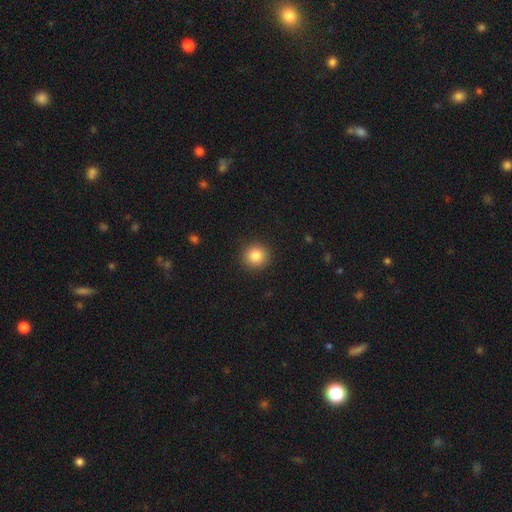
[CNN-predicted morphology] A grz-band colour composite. It shows a smooth galaxy with no disk features (84%) that is round (92%). Merging: none (92%).